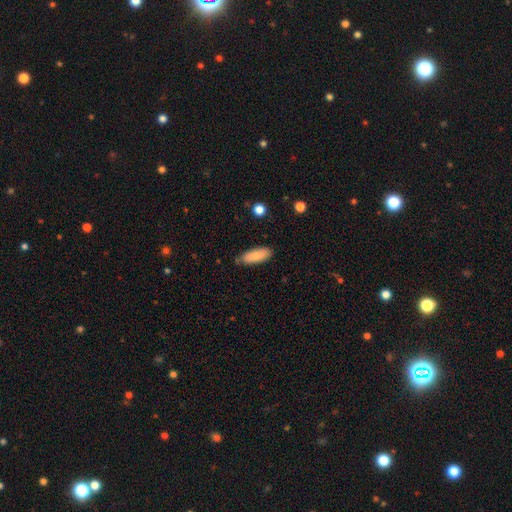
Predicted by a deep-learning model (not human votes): Smooth or featured: smooth — 86% (featured or disk — 8%)
How rounded: in between — 68% (cigar-shaped — 31%)
Merging: none — 79% (minor disturbance — 16%)